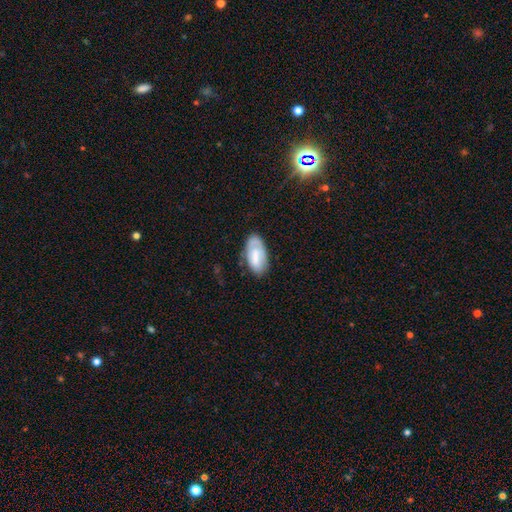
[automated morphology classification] type=smooth (65%); roundness=in between (94%); merging=none (70%).